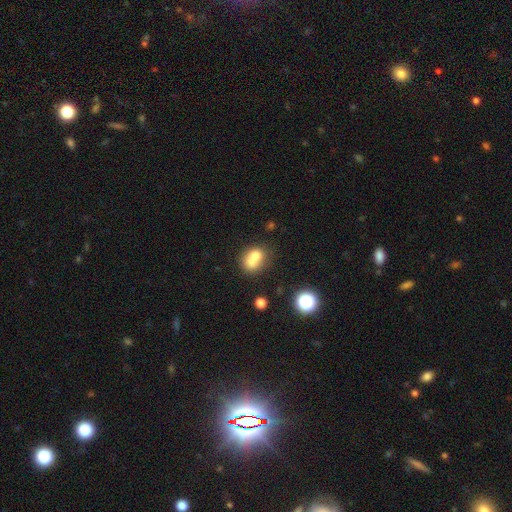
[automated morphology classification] Smooth or featured? smooth (68%)
How rounded? round (55%)
Merging? merger (59%)